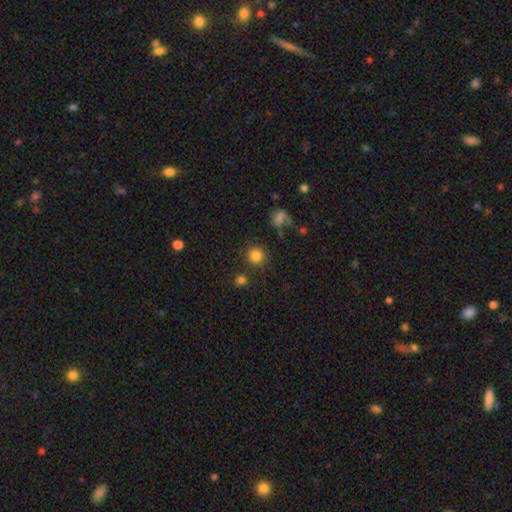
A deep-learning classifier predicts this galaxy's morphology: Smooth or featured?
  - smooth: 83% *
  - star or artifact: 12%
  - featured or disk: 5%
How rounded?
  - round: 91% *
  - in between: 8%
  - cigar-shaped: 1%
Merging?
  - none: 84% *
  - minor disturbance: 7%
  - merger: 5%
  - major disturbance: 3%